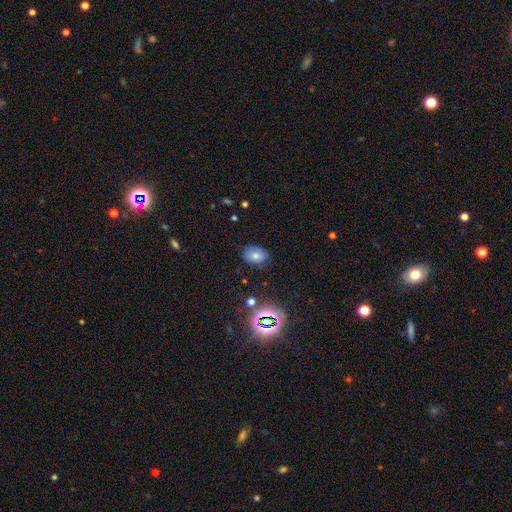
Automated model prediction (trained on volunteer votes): Smooth or featured? Predicted: smooth (p=0.63). How rounded? Predicted: in between (p=0.76). Merging? Predicted: none (p=0.76).